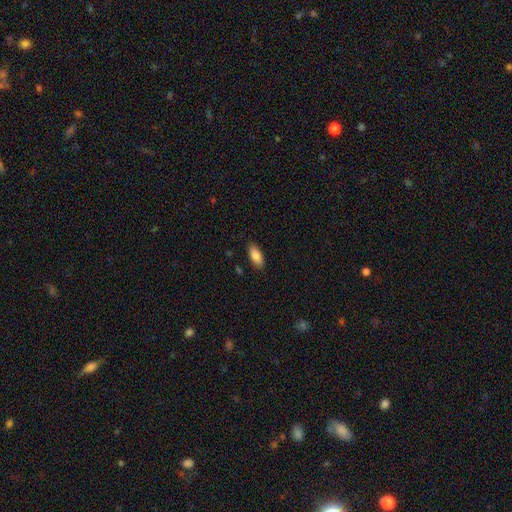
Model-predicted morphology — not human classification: Overall: smooth (86%). How rounded: in between (86%). Merging: none (87%).